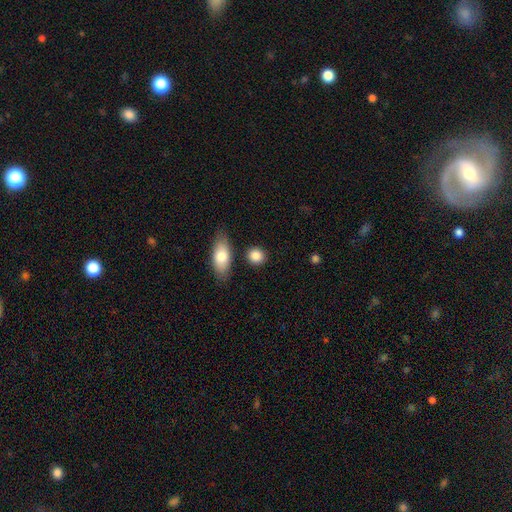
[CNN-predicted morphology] Overall: smooth (86%). How rounded: round (69%). Merging: none (82%).